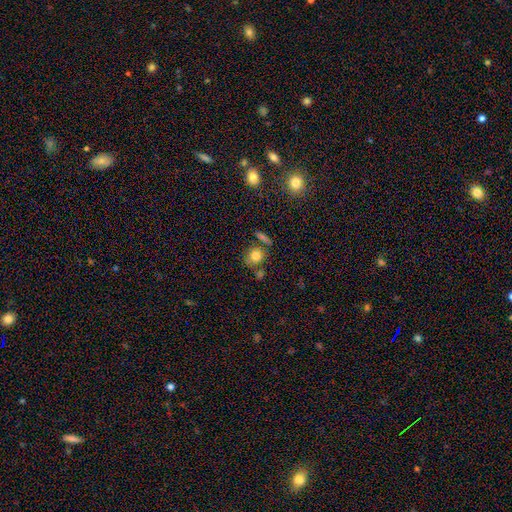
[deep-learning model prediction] Smooth or featured: smooth — 76% (featured or disk — 13%)
How rounded: round — 69% (in between — 29%)
Merging: none — 61% (minor disturbance — 17%)